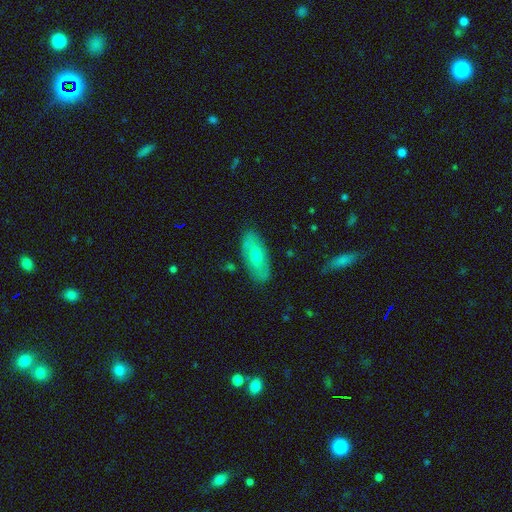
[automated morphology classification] This appears to be a smooth galaxy with no disk features (51%) that is in between round and cigar-shaped (83%). Merging: none (83%).